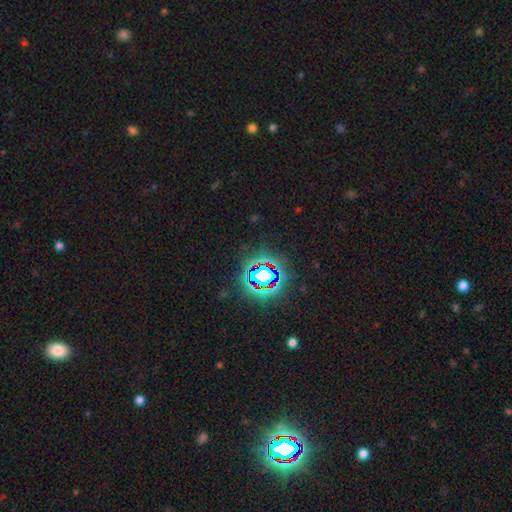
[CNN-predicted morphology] The model was most divided on "smooth or featured": star or artifact: 82%, smooth: 10%, featured or disk: 7%.